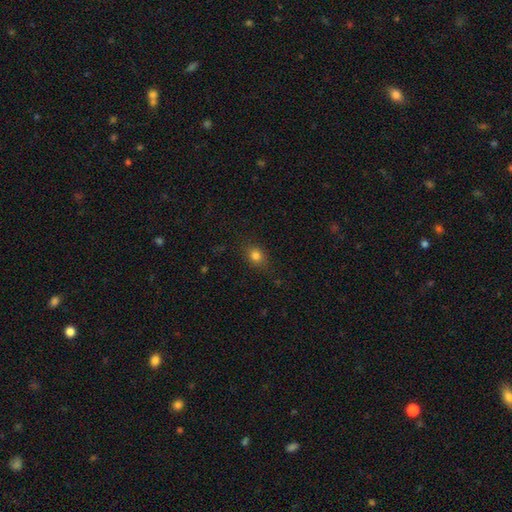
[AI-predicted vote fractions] Q: Smooth or featured?
A: smooth (80%); runner-up: star or artifact (13%)
Q: How rounded?
A: round (50%); runner-up: in between (48%)
Q: Merging?
A: none (82%); runner-up: minor disturbance (13%)